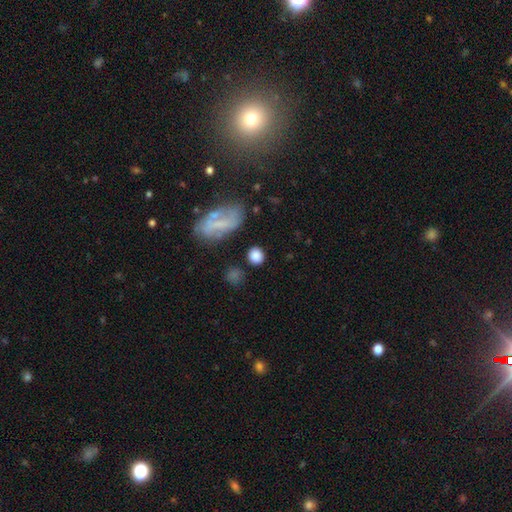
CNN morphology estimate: Q: Smooth or featured?
A: smooth (82%); runner-up: star or artifact (9%)
Q: How rounded?
A: round (75%); runner-up: in between (23%)
Q: Merging?
A: none (77%); runner-up: minor disturbance (12%)